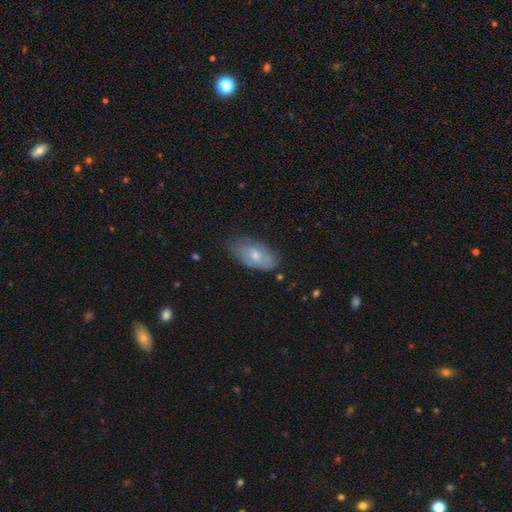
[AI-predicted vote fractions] A smooth galaxy with no disk features (57%) that is in between round and cigar-shaped (92%).

Vote fractions:
- Smooth or featured? smooth: 57% / featured or disk: 36% / star or artifact: 7%
- How rounded? in between: 92% / round: 4% / cigar-shaped: 4%
- Merging? none: 66% / minor disturbance: 26% / major disturbance: 6% / merger: 2%